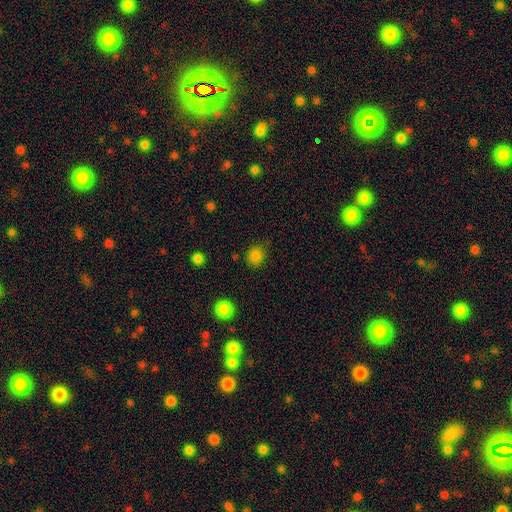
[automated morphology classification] smooth-or-featured: smooth: 83% | star or artifact: 14% | featured or disk: 3%
  how-rounded: round: 83% | in between: 16% | cigar-shaped: 1%
  merging: none: 82% | minor disturbance: 13% | major disturbance: 4% | merger: 2%